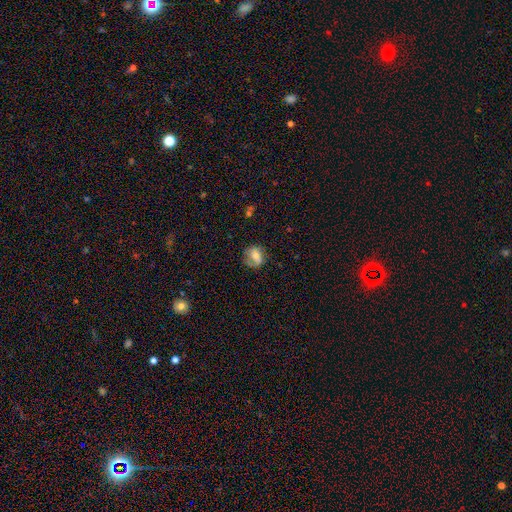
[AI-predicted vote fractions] Smooth or featured? Predicted: smooth (p=0.56). How rounded? Predicted: round (p=0.58). Merging? Predicted: none (p=0.57).